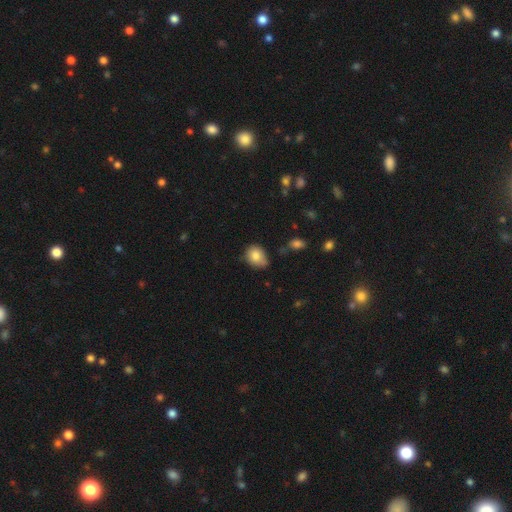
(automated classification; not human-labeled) smooth-or-featured: smooth: 82% | featured or disk: 10% | star or artifact: 9%
  how-rounded: round: 51% | in between: 49% | cigar-shaped: 1%
  merging: none: 59% | minor disturbance: 32% | major disturbance: 6% | merger: 3%